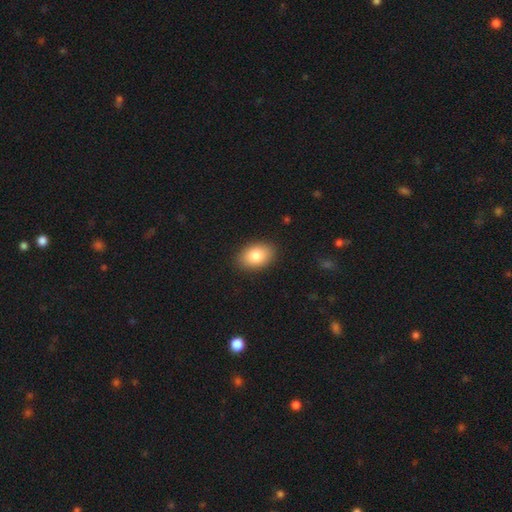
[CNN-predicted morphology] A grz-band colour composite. It shows a smooth galaxy with no disk features (84%) that is in between round and cigar-shaped (86%). Merging: none (89%).